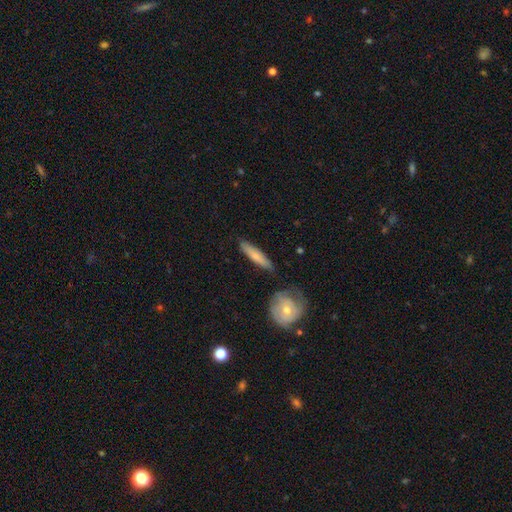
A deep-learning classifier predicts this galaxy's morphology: smooth_or_featured: smooth (p=0.70) [alt: featured or disk p=0.25]
how_rounded: cigar-shaped (p=0.83) [alt: in between p=0.15]
merging: none (p=0.82) [alt: minor disturbance p=0.11]